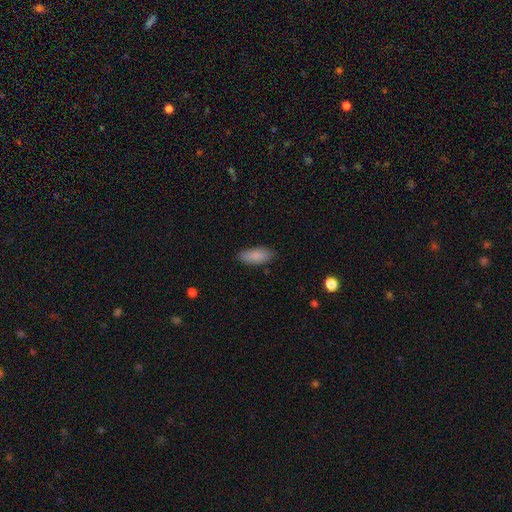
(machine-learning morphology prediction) Smooth or featured: smooth — 88% (star or artifact — 6%)
How rounded: in between — 84% (cigar-shaped — 14%)
Merging: none — 86% (minor disturbance — 11%)